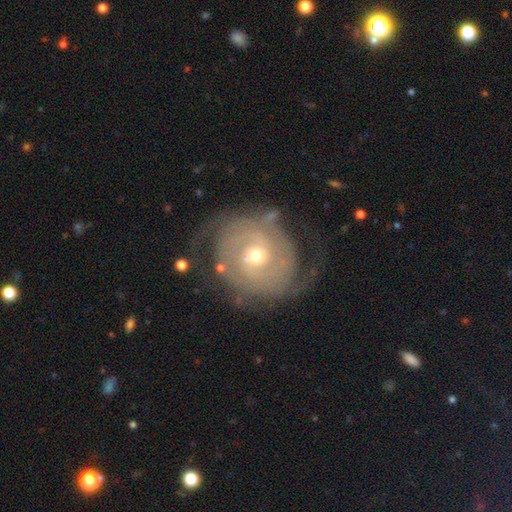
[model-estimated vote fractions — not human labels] This appears to be a featured or disk galaxy (82%) with no bar (67%), 2 (57%) tight (63%) spiral arms (90%) and a small central bulge (48%, tied with moderate). Merging: none (63%).